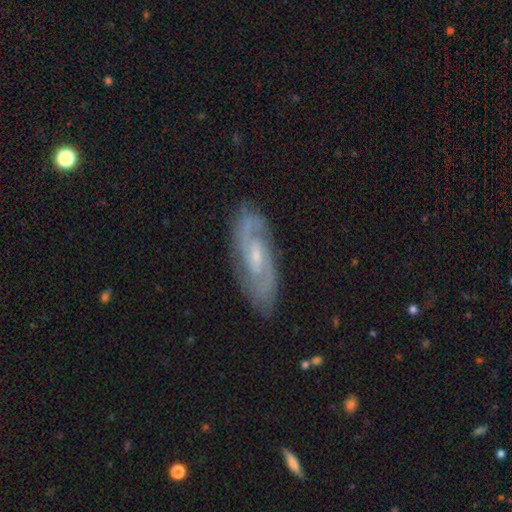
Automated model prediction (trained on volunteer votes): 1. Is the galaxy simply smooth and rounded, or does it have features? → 84% featured or disk, 10% smooth, 6% star or artifact.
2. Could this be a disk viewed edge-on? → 91% no, 9% yes.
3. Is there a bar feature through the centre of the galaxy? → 49% weak, 39% no, 12% strong.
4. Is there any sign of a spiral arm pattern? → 96% yes, 4% no.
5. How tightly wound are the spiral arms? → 47% medium, 40% tight, 13% loose.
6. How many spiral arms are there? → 77% 2, 12% can't tell, 6% 3, 2% 1, 2% 4, 2% more than 4.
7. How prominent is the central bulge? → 65% small, 27% moderate, 6% none, 1% large, 1% dominant.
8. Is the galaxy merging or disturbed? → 82% none, 13% minor disturbance, 3% major disturbance, 1% merger.